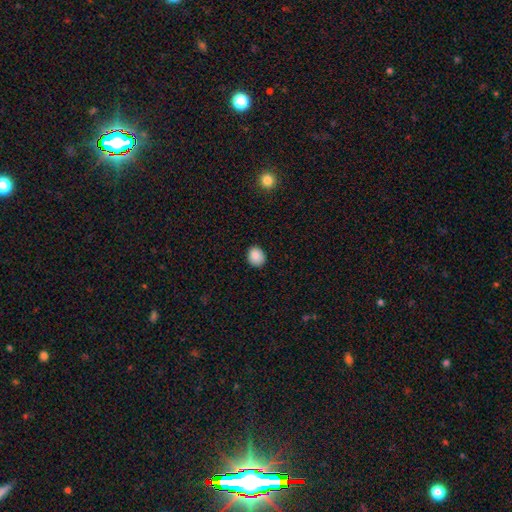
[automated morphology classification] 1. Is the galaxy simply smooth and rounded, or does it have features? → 87% smooth, 9% star or artifact, 4% featured or disk.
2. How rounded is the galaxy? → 64% round, 35% in between, 1% cigar-shaped.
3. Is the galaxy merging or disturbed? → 87% none, 10% minor disturbance, 2% major disturbance, 1% merger.